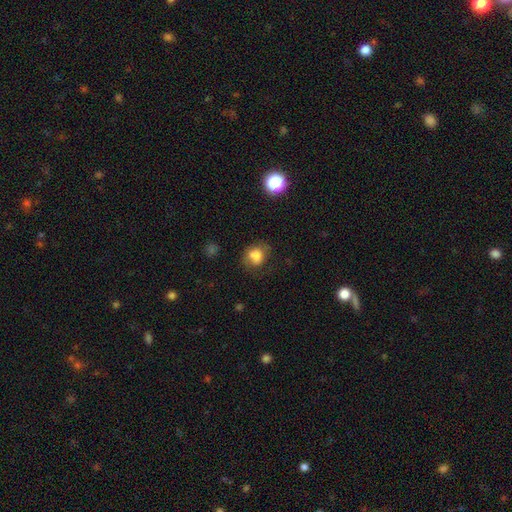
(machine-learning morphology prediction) A smooth galaxy with no disk features (78%) that is round (58%).

Vote fractions:
- Smooth or featured? smooth: 78% / star or artifact: 11% / featured or disk: 11%
- How rounded? round: 58% / in between: 41% / cigar-shaped: 1%
- Merging? none: 54% / minor disturbance: 27% / major disturbance: 14% / merger: 5%